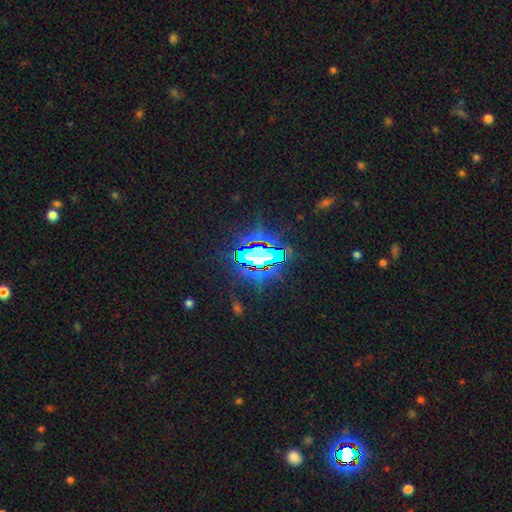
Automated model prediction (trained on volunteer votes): This appears to be a star or artifact, not a galaxy (71%).